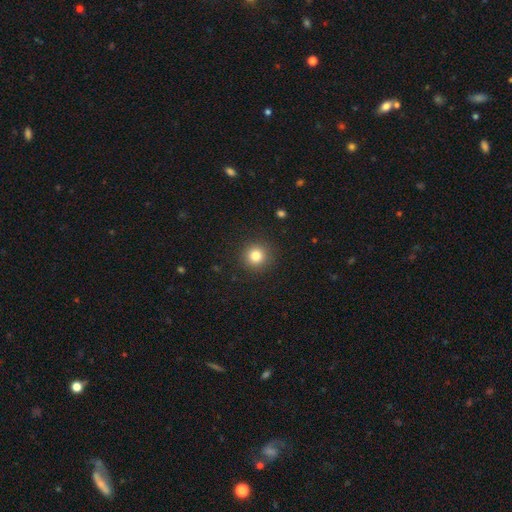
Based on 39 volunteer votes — This is clearly a smooth galaxy (92%). How rounded: clearly round (94%). Merging: clearly none (92%).